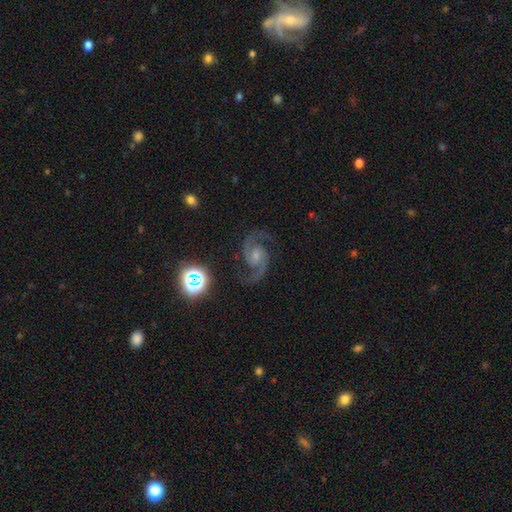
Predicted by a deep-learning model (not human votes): featured or disk 90%, star or artifact 7%, smooth 3%. Down the decision tree: edge-on disk — no (98%); bar — no (52%); spiral arms — yes (99%); spiral arm count — 2 (94%); spiral winding — medium (66%); bulge size — small (51%); merging — none (83%).